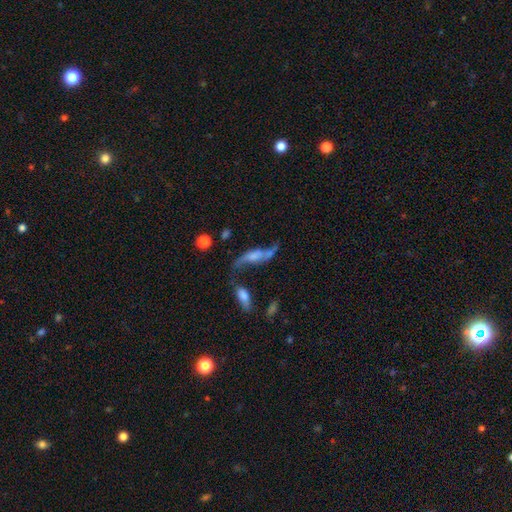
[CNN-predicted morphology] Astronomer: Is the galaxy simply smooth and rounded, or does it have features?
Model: featured or disk — 70%.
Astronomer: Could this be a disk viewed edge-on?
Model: no — 77%.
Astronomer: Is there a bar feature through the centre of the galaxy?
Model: no — 54% (runner-up: weak, 32%).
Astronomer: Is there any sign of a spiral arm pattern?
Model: yes — 84%.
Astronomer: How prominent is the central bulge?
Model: none — 36% (runner-up: small, 28%).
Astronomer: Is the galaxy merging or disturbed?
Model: none — 42% (runner-up: merger, 21%).